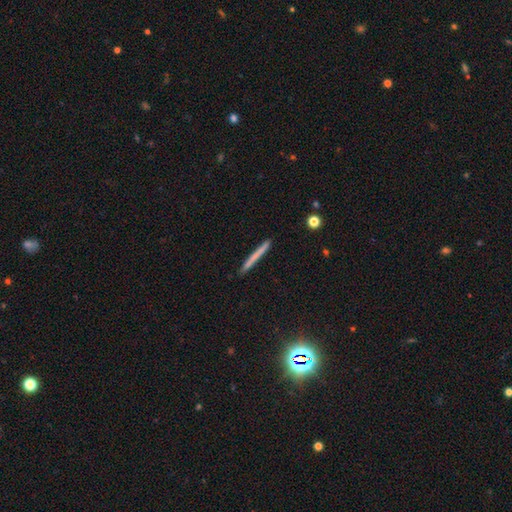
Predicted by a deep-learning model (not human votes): This is likely a smooth galaxy (60%). How rounded: clearly cigar-shaped (97%). Merging: clearly none (89%).